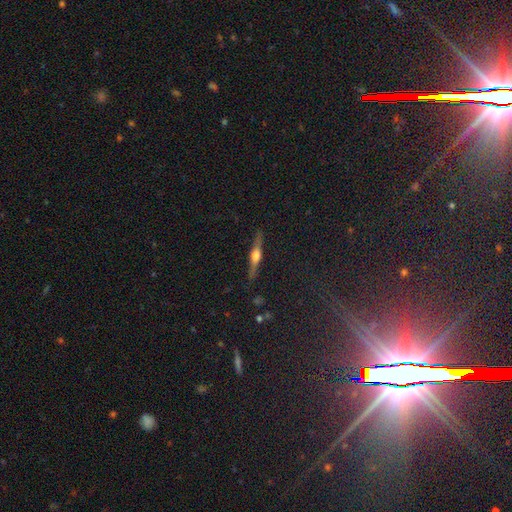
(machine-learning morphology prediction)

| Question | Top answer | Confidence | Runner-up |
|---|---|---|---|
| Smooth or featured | featured or disk | 73% | smooth (20%) |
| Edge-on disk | yes | 97% | no (3%) |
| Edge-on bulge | rounded | 88% | boxy (9%) |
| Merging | none | 88% | minor disturbance (9%) |